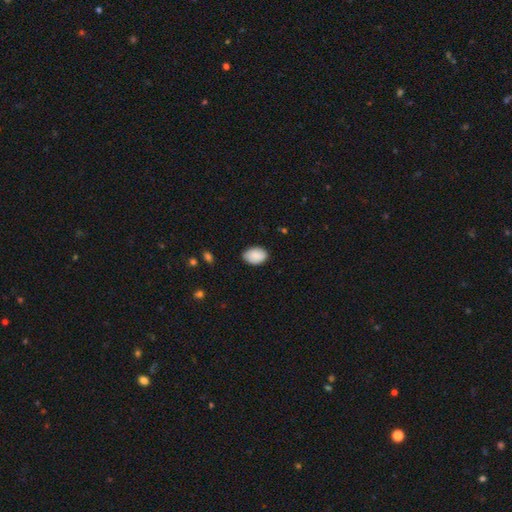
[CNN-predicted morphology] A smooth galaxy with no disk features (88%) that is in between round and cigar-shaped (83%).

Vote fractions:
- Smooth or featured? smooth: 88% / star or artifact: 6% / featured or disk: 5%
- How rounded? in between: 83% / round: 16% / cigar-shaped: 1%
- Merging? none: 83% / minor disturbance: 14% / major disturbance: 2% / merger: 1%